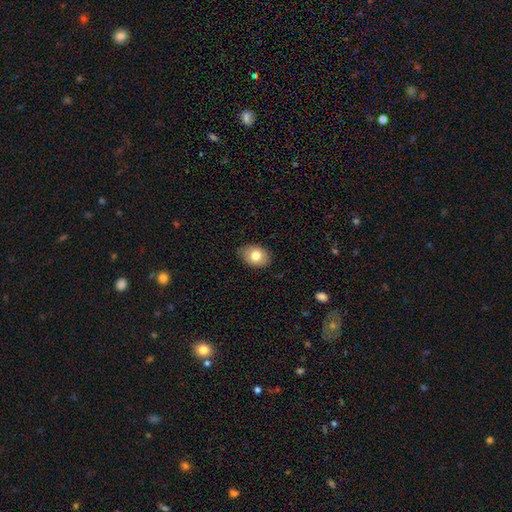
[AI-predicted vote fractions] A smooth galaxy with no disk features (78%) that is in between round and cigar-shaped (74%). Merging: none (84%).